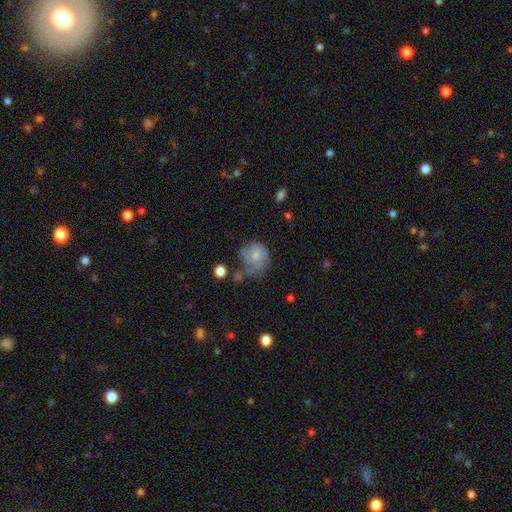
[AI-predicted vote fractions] A featured or disk galaxy (51%) with no bar (76%), spiral arms (74%) and a moderate central bulge (45%). Merging: none (42%).